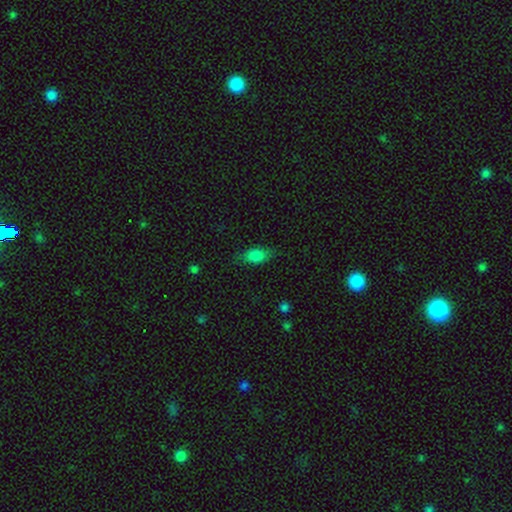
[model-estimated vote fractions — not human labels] smooth_or_featured: smooth (p=0.80) [alt: featured or disk p=0.11]
how_rounded: in between (p=0.85) [alt: cigar-shaped p=0.09]
merging: none (p=0.75) [alt: minor disturbance p=0.19]